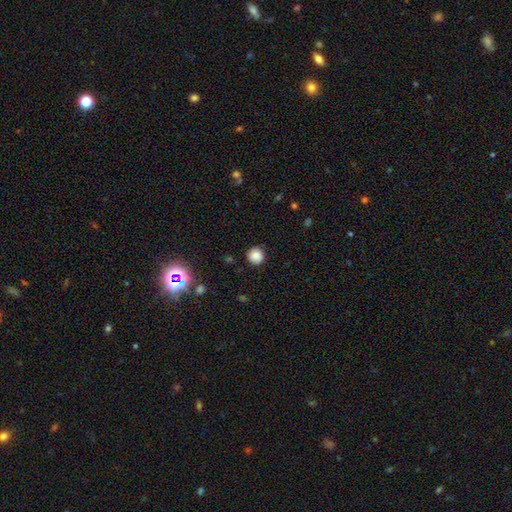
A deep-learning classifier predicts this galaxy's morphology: This appears to be a smooth galaxy with no disk features (84%) that is round (94%). Merging: none (89%).